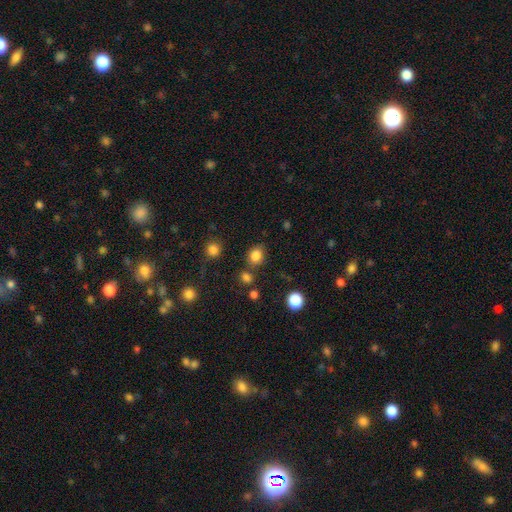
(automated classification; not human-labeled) The model was most divided on "how rounded": round: 62%, in between: 37%, cigar-shaped: 1%. More confident: smooth or featured — smooth (82%); merging — none (74%).